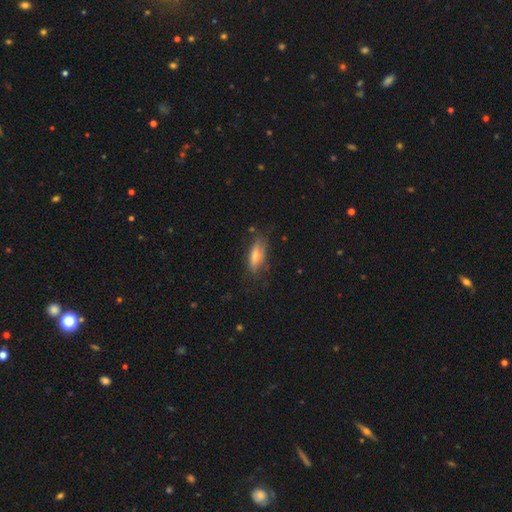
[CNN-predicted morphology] type=smooth (60%); roundness=in between (56%); merging=none (70%).